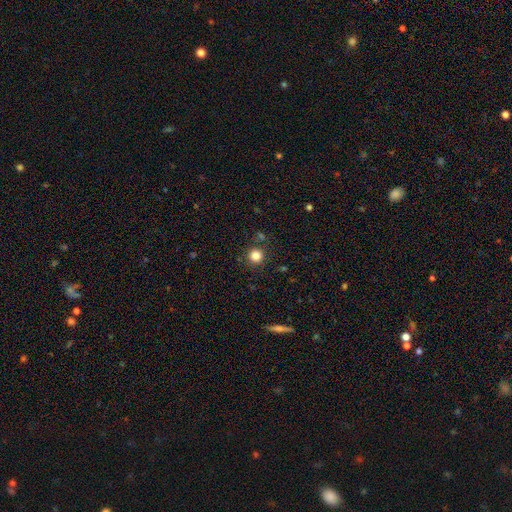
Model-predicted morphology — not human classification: This appears to be a smooth galaxy with no disk features (83%) that is round (94%). Merging: none (87%).